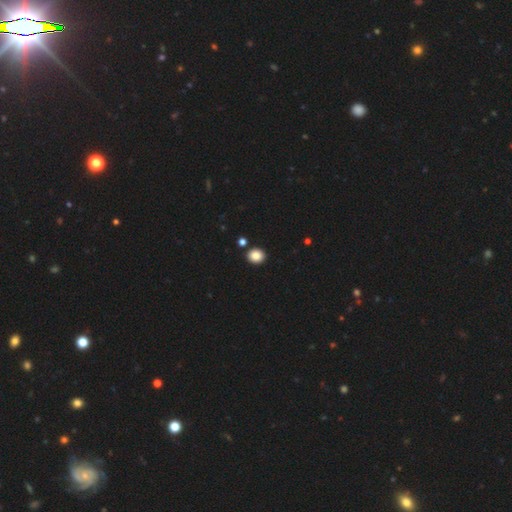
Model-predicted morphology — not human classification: Smooth or featured? Predicted: smooth (p=0.87). How rounded? Predicted: round (p=0.68). Merging? Predicted: none (p=0.89).